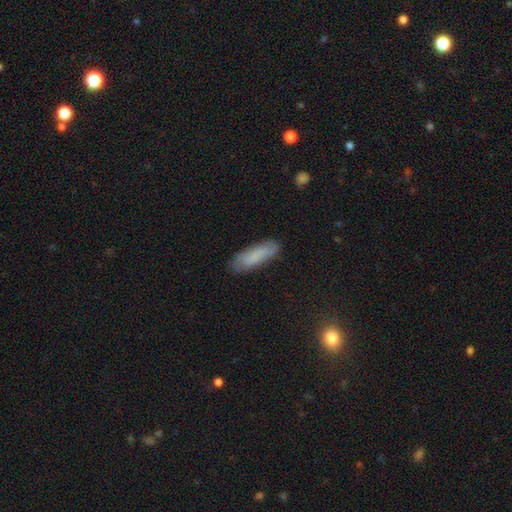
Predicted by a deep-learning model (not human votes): A smooth galaxy with no disk features (78%) that is cigar-shaped (53%). Merging: none (80%).